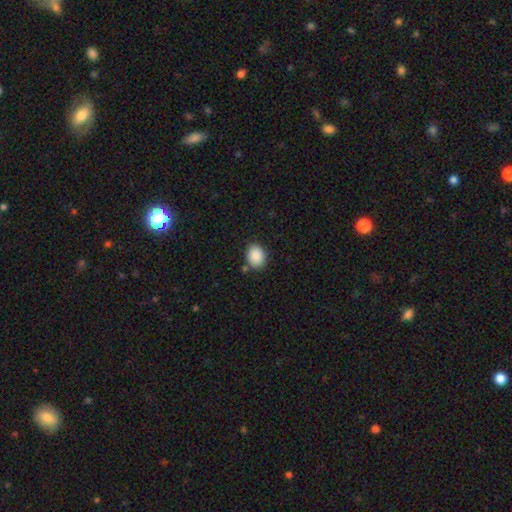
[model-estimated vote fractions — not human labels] smooth_or_featured: smooth (p=0.89) [alt: star or artifact p=0.08]
how_rounded: in between (p=0.56) [alt: round p=0.43]
merging: none (p=0.83) [alt: minor disturbance p=0.11]